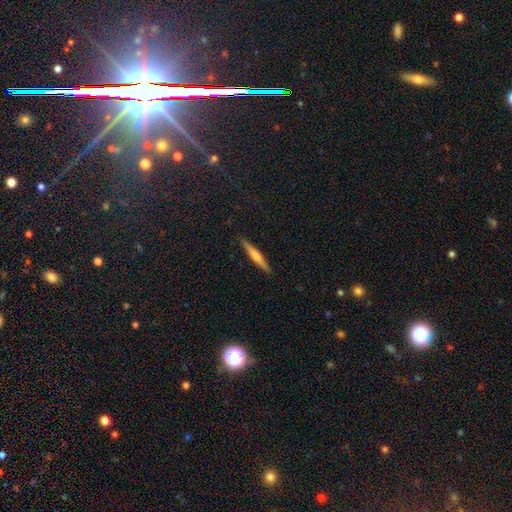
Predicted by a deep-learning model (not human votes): This appears to be a smooth galaxy with no disk features (49%). Merging: none (91%).